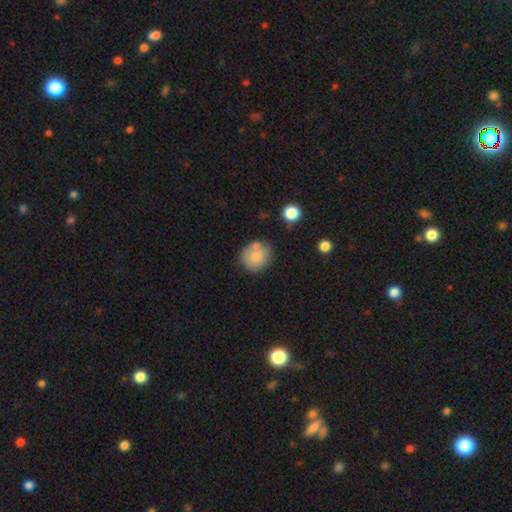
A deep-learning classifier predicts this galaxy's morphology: Smooth or featured? Predicted: smooth (p=0.78). How rounded? Predicted: round (p=0.78). Merging? Predicted: none (p=0.63).